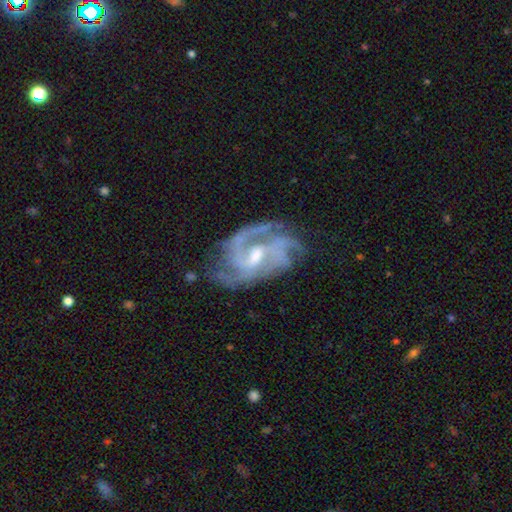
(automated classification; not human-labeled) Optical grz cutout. It shows a featured or disk galaxy (90%) with a weak bar (55%), 3 (36%) medium (49%) spiral arms (97%) and a moderate central bulge (56%). Merging: none (60%).